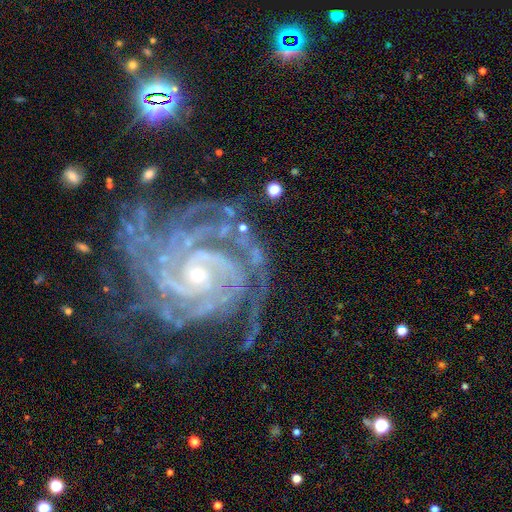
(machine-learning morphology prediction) Smooth or featured? Predicted: featured or disk (p=0.89). Edge-on disk? Predicted: no (p=0.98). Bar? Predicted: no (p=0.64). Spiral arms? Predicted: yes (p=0.98). Spiral winding? Predicted: tight (p=0.71). Spiral arm count? Predicted: 2 (p=0.23, tied with 3). Bulge size? Predicted: small (p=0.62). Merging? Predicted: none (p=0.62).